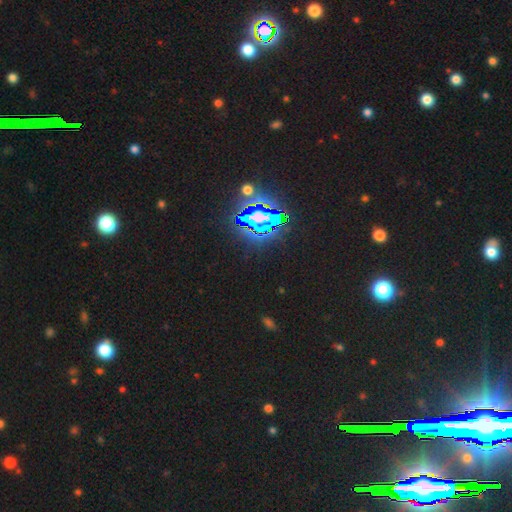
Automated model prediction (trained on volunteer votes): Smooth or featured?
  - star or artifact: 82% *
  - smooth: 10%
  - featured or disk: 7%